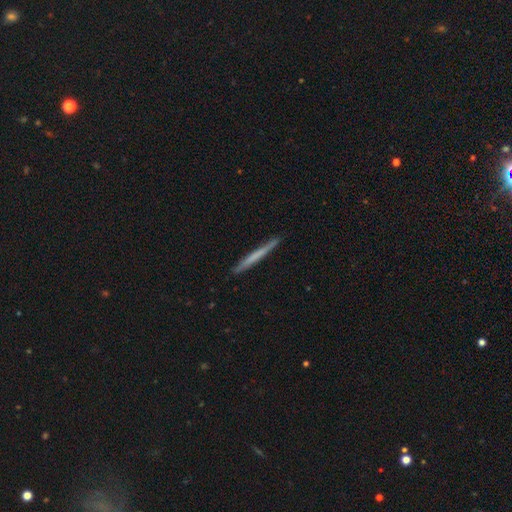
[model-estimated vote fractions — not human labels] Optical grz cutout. It shows a smooth galaxy with no disk features (54%) that is cigar-shaped (97%). Merging: none (90%).